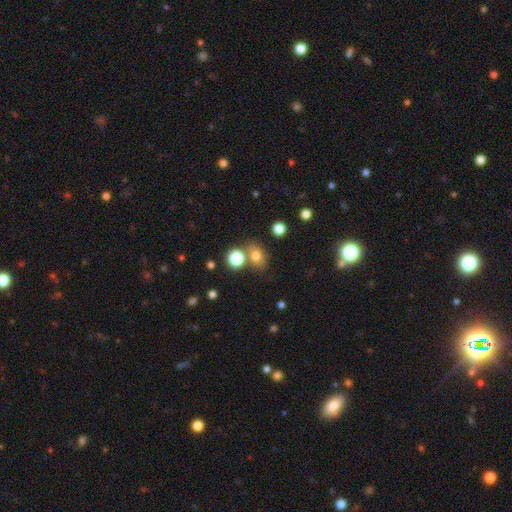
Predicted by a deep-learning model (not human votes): Smooth or featured?
  - smooth: 75% *
  - star or artifact: 16%
  - featured or disk: 9%
How rounded?
  - in between: 53% *
  - round: 46%
  - cigar-shaped: 1%
Merging?
  - none: 67% *
  - merger: 18%
  - minor disturbance: 11%
  - major disturbance: 4%